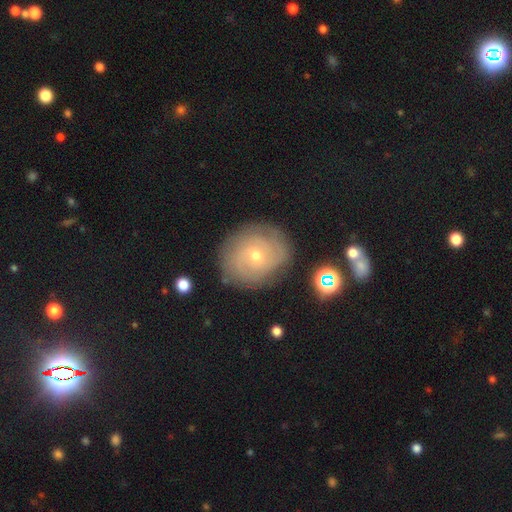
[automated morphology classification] Smooth or featured? Predicted: featured or disk (p=0.68). Edge-on disk? Predicted: no (p=0.97). Bar? Predicted: no (p=0.65). Spiral arms? Predicted: yes (p=0.86). Spiral winding? Predicted: tight (p=0.70). Spiral arm count? Predicted: can't tell (p=0.42). Bulge size? Predicted: small (p=0.52). Merging? Predicted: none (p=0.80).